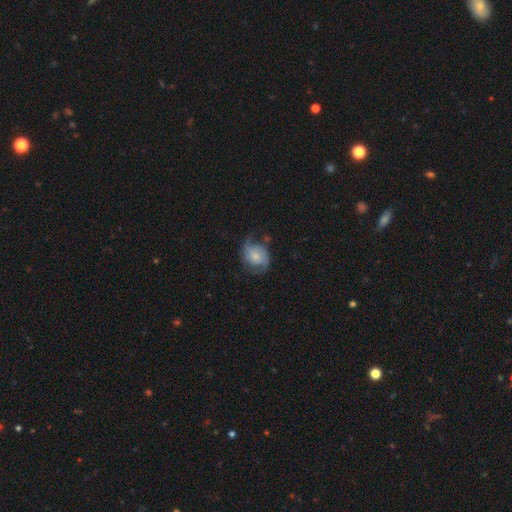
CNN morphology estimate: Overall: featured or disk (66%; smooth 27%). Edge-on disk: no (97%). Bar: no (63%; weak 31%). Spiral arms: yes (89%). Spiral arm count: 2 (81%). Spiral winding: medium (43%; loose 37%). Bulge size: small (45%; moderate 40%). Merging: none (57%; minor disturbance 24%).